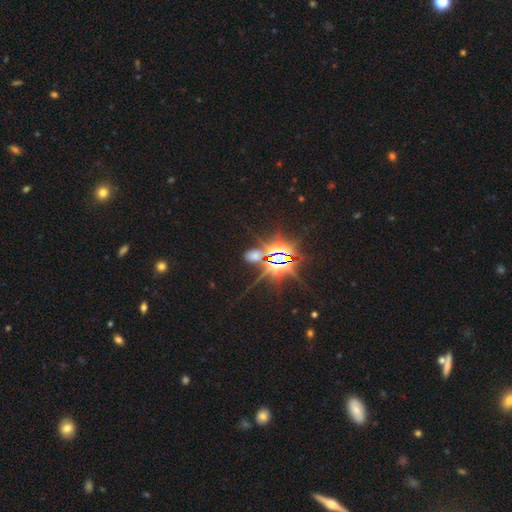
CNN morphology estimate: A star or artifact, not a galaxy (69%).